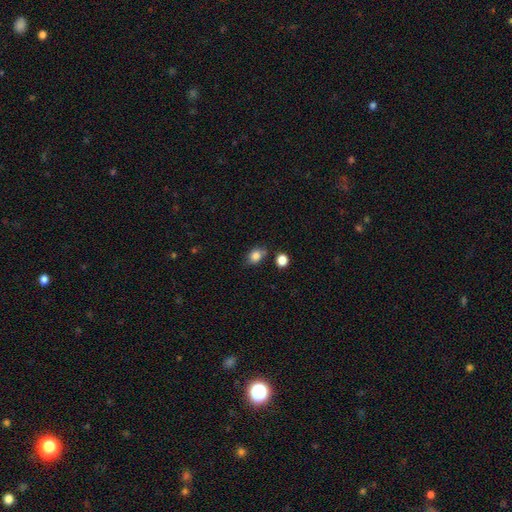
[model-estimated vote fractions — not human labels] Smooth or featured: smooth — 83% (star or artifact — 10%)
How rounded: in between — 60% (round — 39%)
Merging: none — 66% (minor disturbance — 19%)